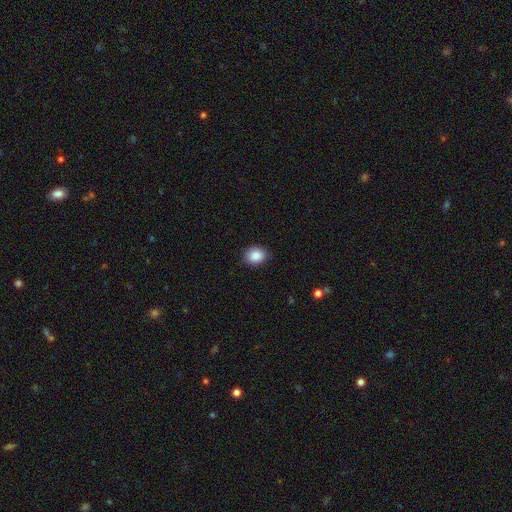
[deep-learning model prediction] A smooth galaxy with no disk features (87%) that is round (56%). Merging: none (85%).